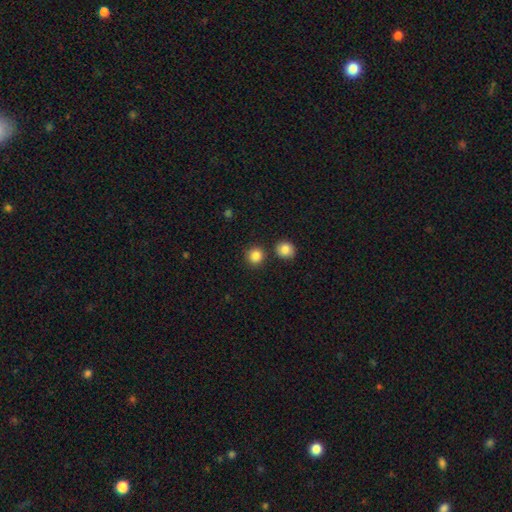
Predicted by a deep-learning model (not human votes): Smooth or featured: smooth — 86% (star or artifact — 10%)
How rounded: round — 91% (in between — 8%)
Merging: none — 84% (merger — 7%)